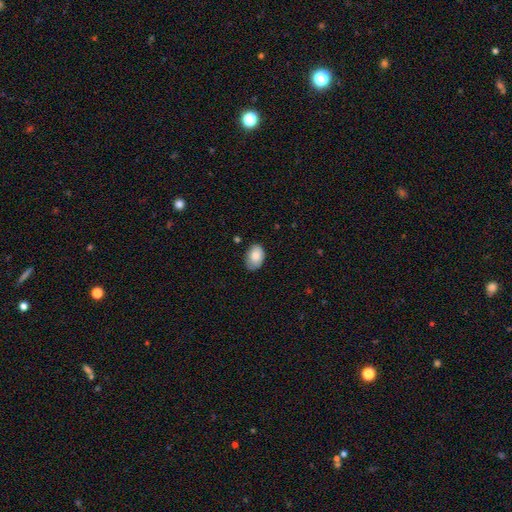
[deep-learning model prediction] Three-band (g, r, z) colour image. It shows a smooth galaxy with no disk features (84%) that is in between round and cigar-shaped (87%). Merging: none (72%).